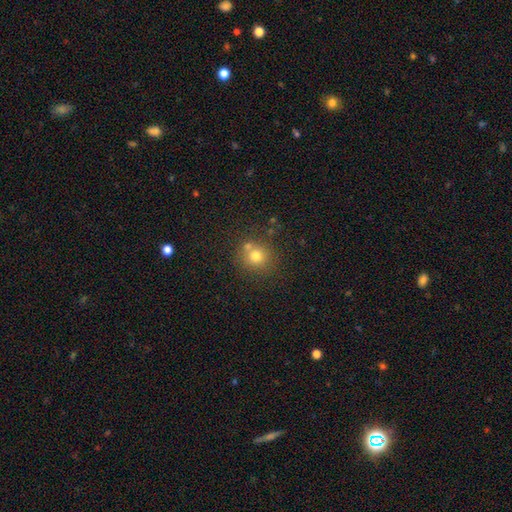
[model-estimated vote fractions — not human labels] smooth_or_featured: smooth (p=0.75) [alt: star or artifact p=0.15]
how_rounded: round (p=0.87) [alt: in between p=0.12]
merging: none (p=0.67) [alt: merger p=0.19]